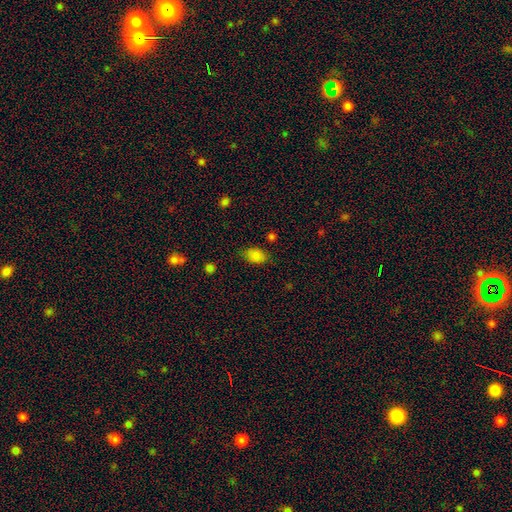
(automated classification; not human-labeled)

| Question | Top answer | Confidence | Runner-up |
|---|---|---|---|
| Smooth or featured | smooth | 84% | star or artifact (11%) |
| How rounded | in between | 77% | round (21%) |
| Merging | none | 76% | minor disturbance (18%) |